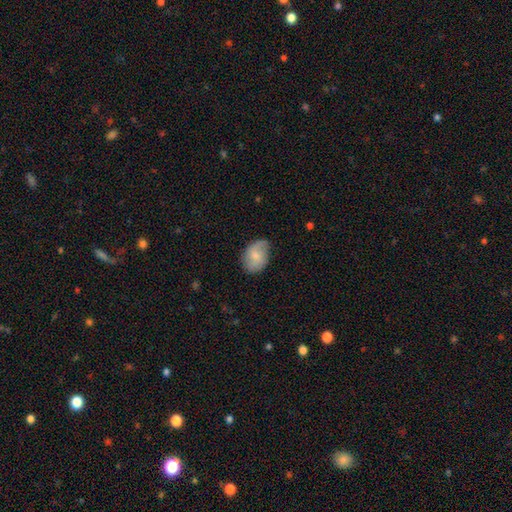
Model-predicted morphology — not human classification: The model was most divided on "smooth or featured": smooth: 60%, featured or disk: 33%, star or artifact: 7%. More confident: how rounded — in between (74%); merging — none (61%).